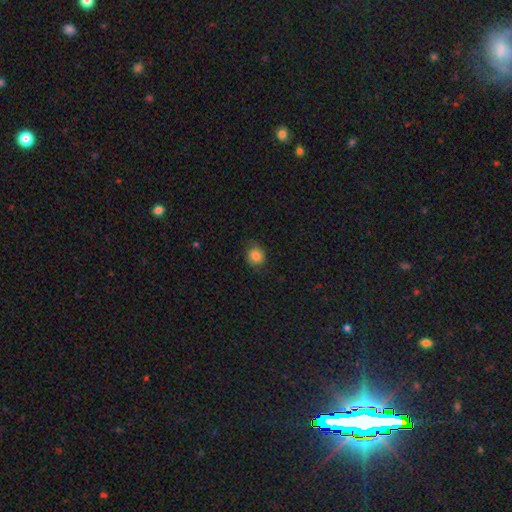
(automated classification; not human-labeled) Smooth or featured?
  - smooth: 82% *
  - star or artifact: 10%
  - featured or disk: 8%
How rounded?
  - round: 74% *
  - in between: 25%
  - cigar-shaped: 1%
Merging?
  - none: 76% *
  - minor disturbance: 18%
  - major disturbance: 5%
  - merger: 1%